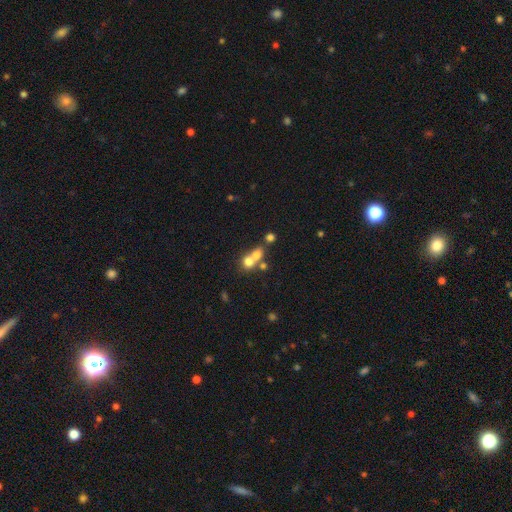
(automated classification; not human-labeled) This is likely a smooth galaxy (68%). How rounded: likely round (70%). Merging: likely merger (61%).